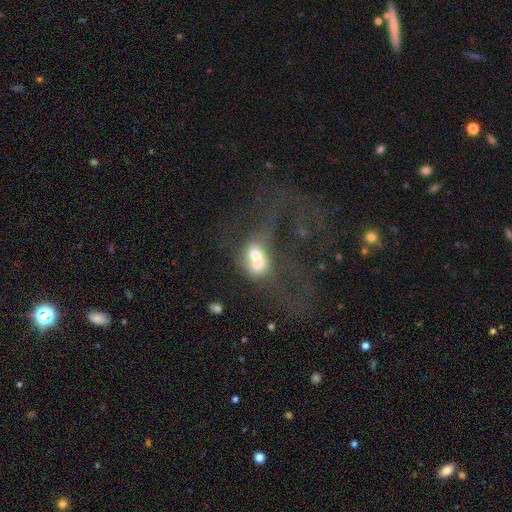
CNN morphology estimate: smooth 43%, featured or disk 42%, star or artifact 15%. Down the decision tree: merging — merger (56%).